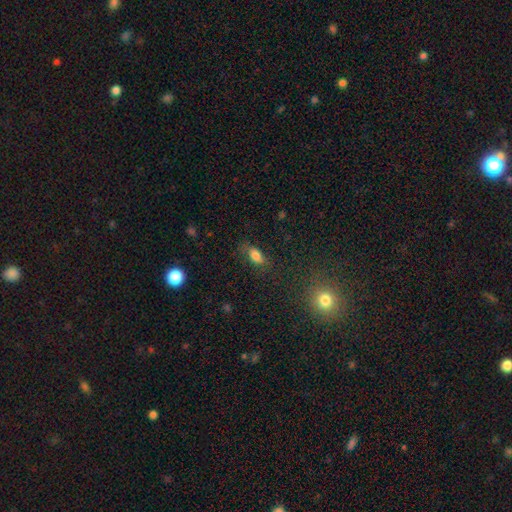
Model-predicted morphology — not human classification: A smooth galaxy with no disk features (78%) that is in between round and cigar-shaped (83%). Merging: none (69%).